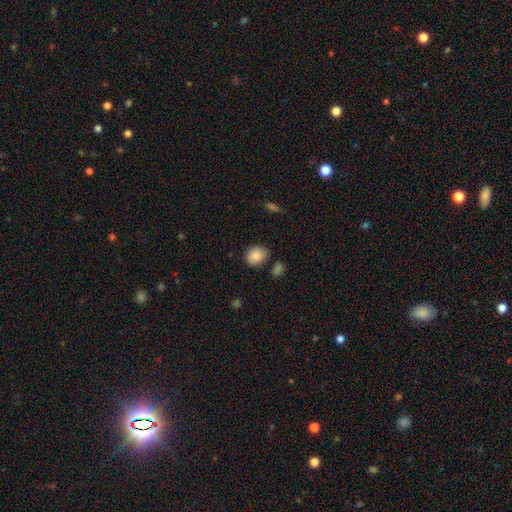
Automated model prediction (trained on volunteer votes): Q: Smooth or featured?
A: smooth (87%); runner-up: star or artifact (8%)
Q: How rounded?
A: round (56%); runner-up: in between (43%)
Q: Merging?
A: none (72%); runner-up: minor disturbance (19%)